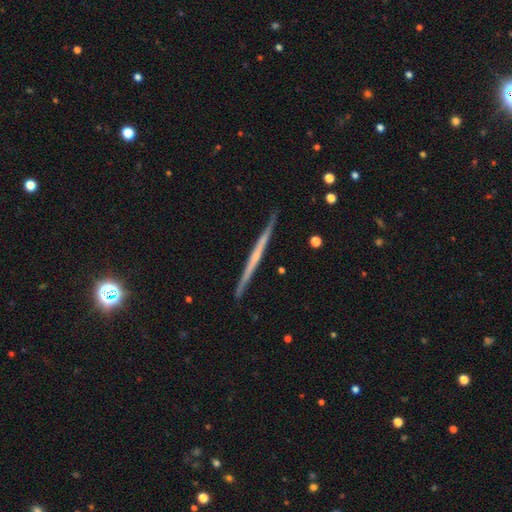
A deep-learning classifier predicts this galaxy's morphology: A featured or disk galaxy (66%) viewed edge-on (98%) with no central bulge (81%). Merging: none (90%).